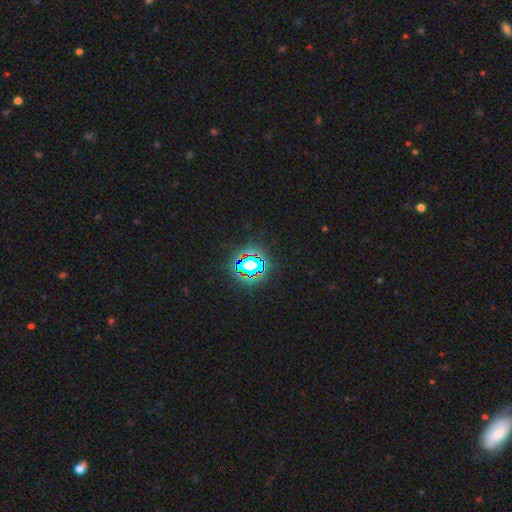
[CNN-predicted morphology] This is clearly a star or artifact rather than a galaxy (82%).